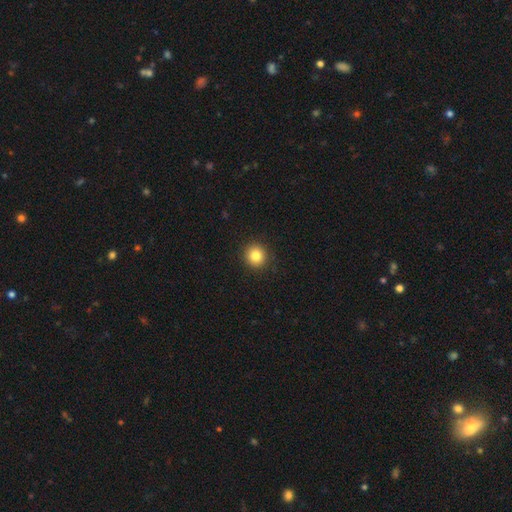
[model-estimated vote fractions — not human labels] Smooth or featured? smooth (83%)
How rounded? round (92%)
Merging? none (92%)